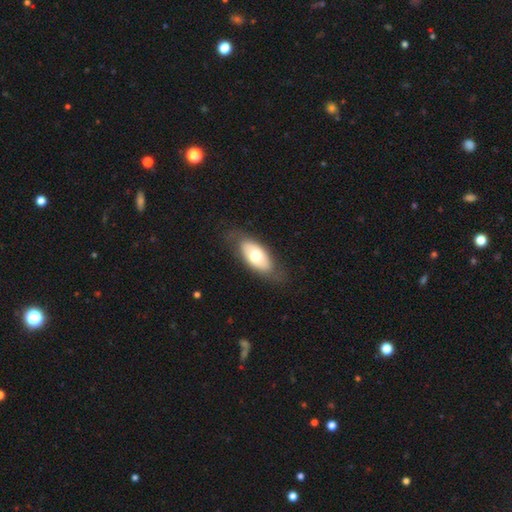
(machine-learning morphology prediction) smooth_or_featured: smooth (p=0.58) [alt: featured or disk p=0.36]
how_rounded: in between (p=0.89) [alt: cigar-shaped p=0.08]
merging: none (p=0.77) [alt: minor disturbance p=0.16]